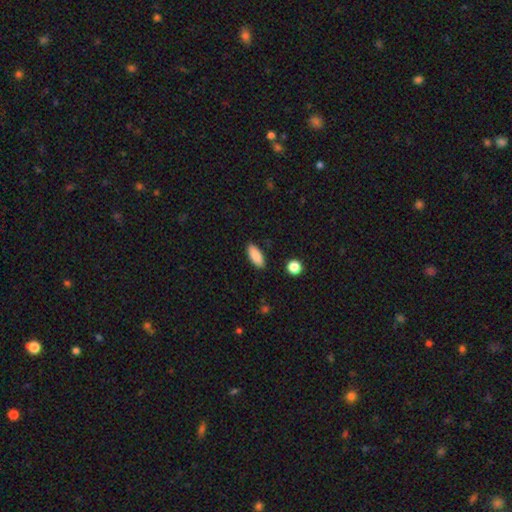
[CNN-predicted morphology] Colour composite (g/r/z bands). It shows a smooth galaxy with no disk features (87%) that is in between round and cigar-shaped (79%). Merging: none (87%).